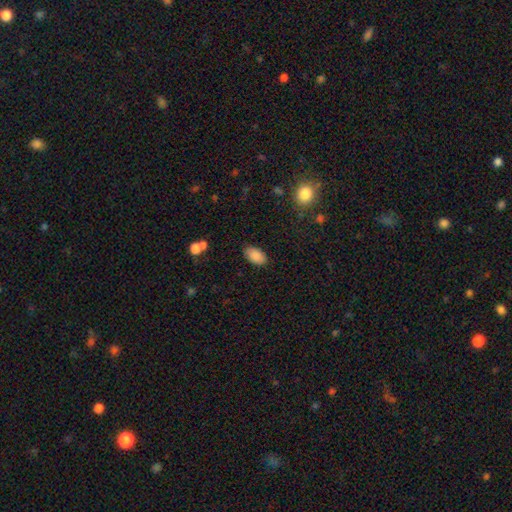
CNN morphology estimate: smooth_or_featured: smooth (p=0.87) [alt: star or artifact p=0.08]
how_rounded: in between (p=0.94) [alt: round p=0.04]
merging: none (p=0.85) [alt: minor disturbance p=0.10]